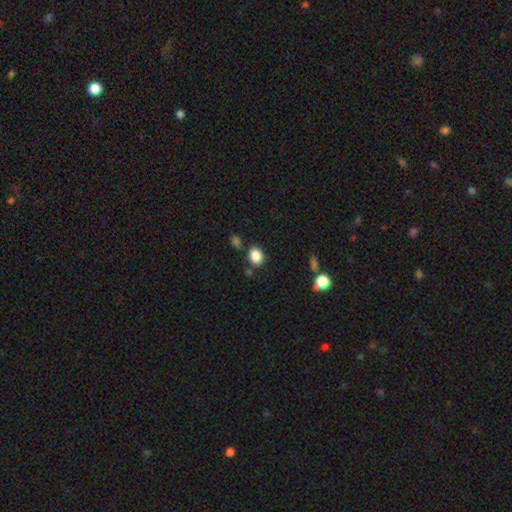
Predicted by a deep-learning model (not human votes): Smooth or featured? smooth (86%)
How rounded? round (64%)
Merging? none (78%)